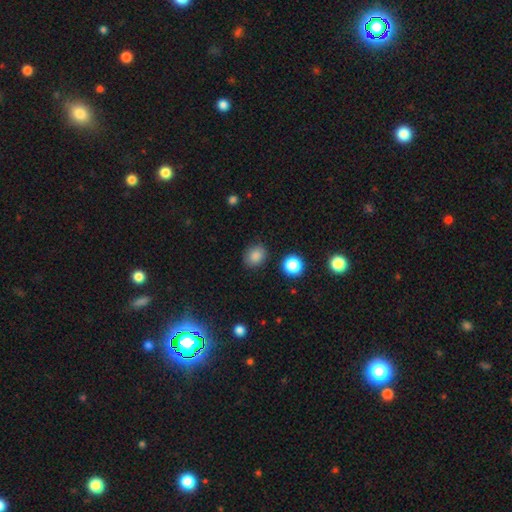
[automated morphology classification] Smooth or featured?
  - smooth: 84% *
  - star or artifact: 11%
  - featured or disk: 4%
How rounded?
  - round: 62% *
  - in between: 37%
  - cigar-shaped: 1%
Merging?
  - none: 82% *
  - minor disturbance: 12%
  - major disturbance: 3%
  - merger: 2%